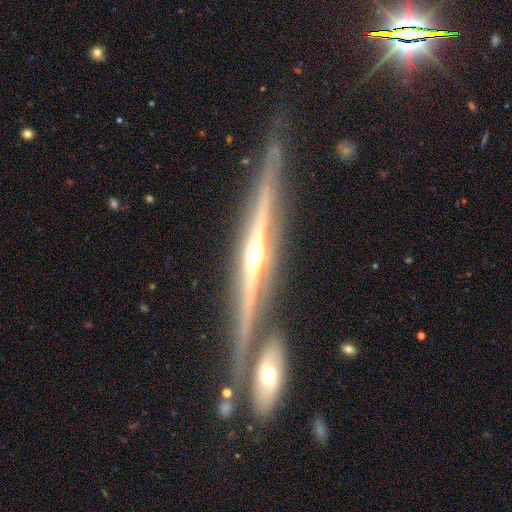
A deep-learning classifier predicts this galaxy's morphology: Q: Smooth or featured?
A: featured or disk (86%); runner-up: smooth (8%)
Q: Edge-on disk?
A: yes (97%); runner-up: no (3%)
Q: Edge-on bulge?
A: rounded (84%); runner-up: none (10%)
Q: Merging?
A: none (72%); runner-up: merger (14%)